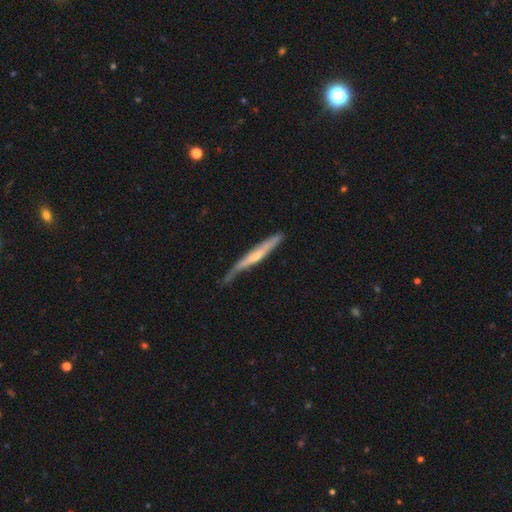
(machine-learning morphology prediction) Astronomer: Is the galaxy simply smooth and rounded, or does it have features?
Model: featured or disk — 56% (runner-up: smooth, 39%).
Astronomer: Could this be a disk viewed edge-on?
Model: yes — 88%.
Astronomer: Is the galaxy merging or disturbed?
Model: none — 54% (runner-up: minor disturbance, 33%).